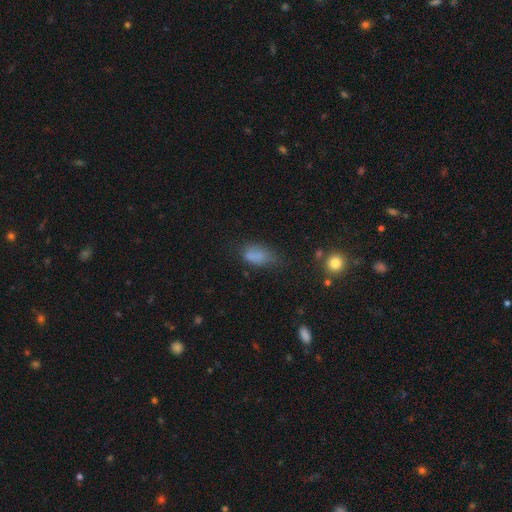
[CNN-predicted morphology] smooth_or_featured: smooth (p=0.75) [alt: star or artifact p=0.13]
how_rounded: in between (p=0.87) [alt: round p=0.07]
merging: none (p=0.40) [alt: minor disturbance p=0.34]